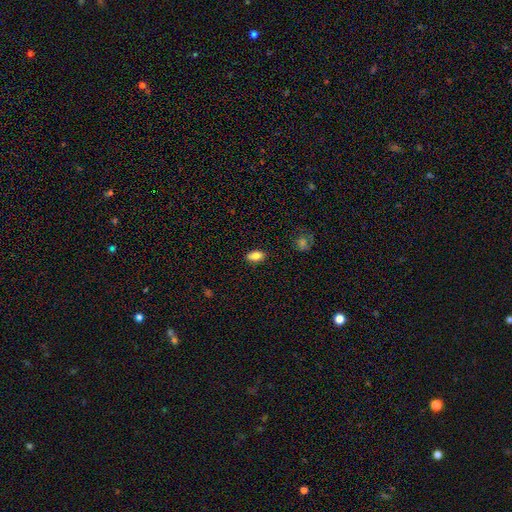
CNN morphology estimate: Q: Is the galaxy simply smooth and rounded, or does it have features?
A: smooth — 82%.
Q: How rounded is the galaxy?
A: in between — 89%.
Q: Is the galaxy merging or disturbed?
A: none — 87%.